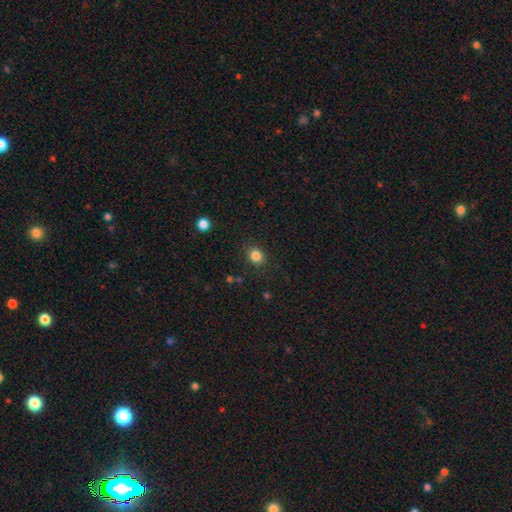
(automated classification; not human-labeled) Smooth or featured?
  - smooth: 83% *
  - star or artifact: 12%
  - featured or disk: 5%
How rounded?
  - round: 75% *
  - in between: 24%
  - cigar-shaped: 1%
Merging?
  - none: 88% *
  - minor disturbance: 8%
  - major disturbance: 3%
  - merger: 1%